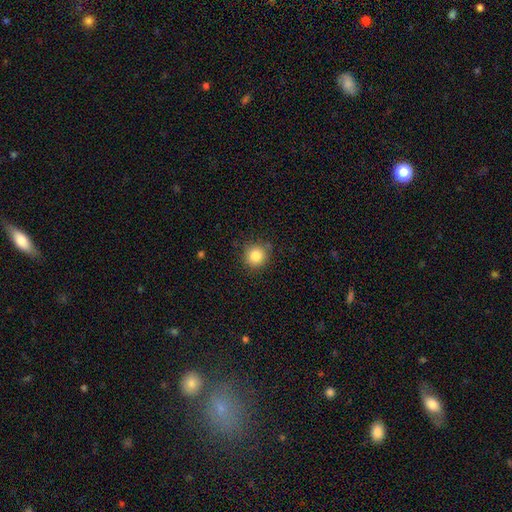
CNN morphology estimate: A smooth galaxy with no disk features (84%) that is round (91%).

Vote fractions:
- Smooth or featured? smooth: 84% / star or artifact: 11% / featured or disk: 5%
- How rounded? round: 91% / in between: 8% / cigar-shaped: 1%
- Merging? none: 85% / minor disturbance: 11% / major disturbance: 3% / merger: 1%